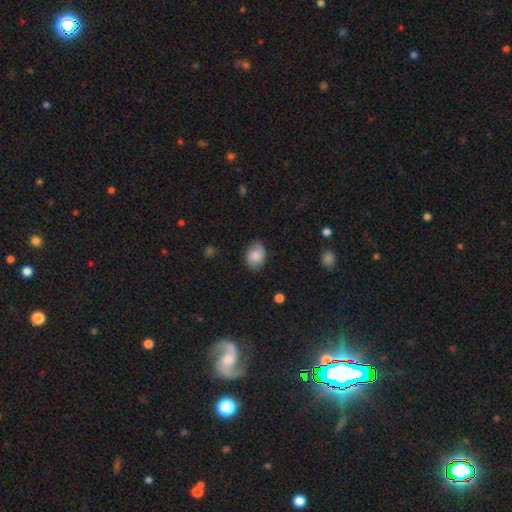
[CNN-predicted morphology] This appears to be a smooth galaxy with no disk features (73%) that is in between round and cigar-shaped (69%). Merging: none (73%).